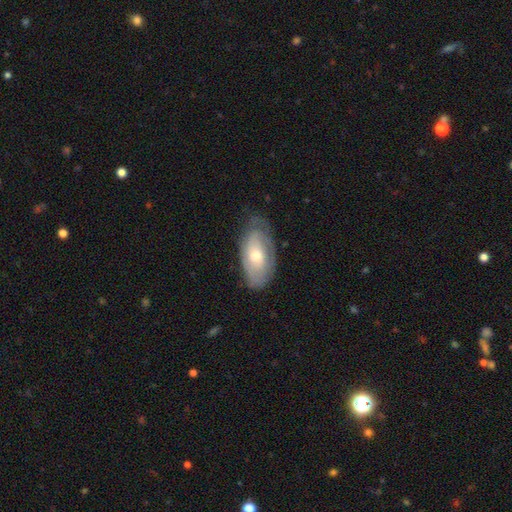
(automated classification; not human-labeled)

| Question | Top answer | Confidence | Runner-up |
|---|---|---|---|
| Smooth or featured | featured or disk | 50% | smooth (44%) |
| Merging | none | 66% | minor disturbance (26%) |